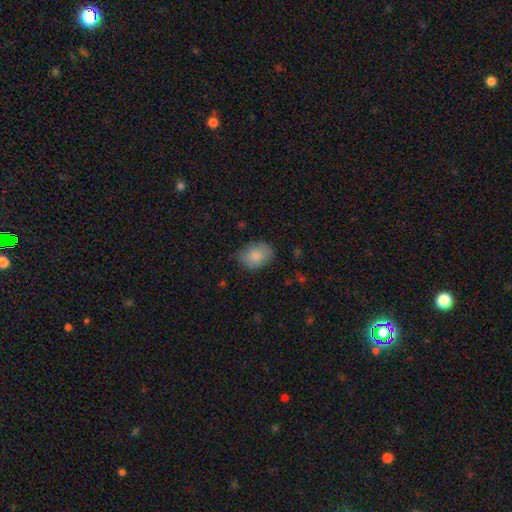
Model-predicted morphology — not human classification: Overall: smooth (83%). How rounded: in between (71%). Merging: none (66%; minor disturbance 27%).